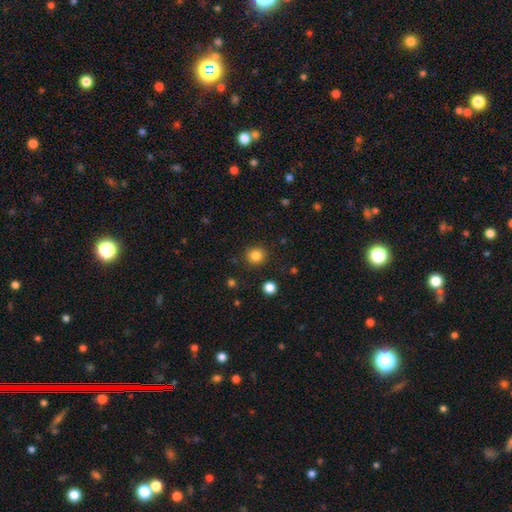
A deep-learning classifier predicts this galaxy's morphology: type=smooth (84%); roundness=round (86%); merging=none (89%).